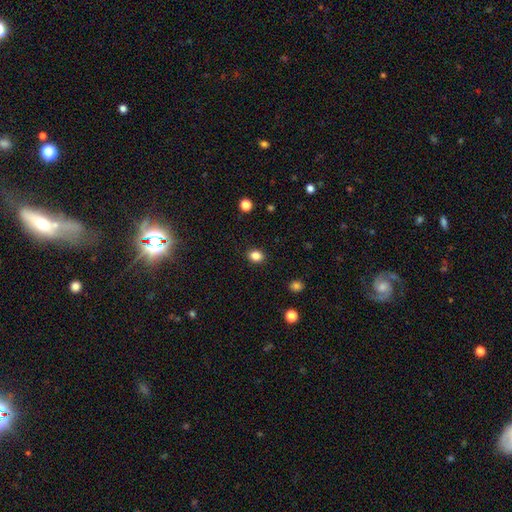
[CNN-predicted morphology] smooth-or-featured: smooth: 84% | star or artifact: 11% | featured or disk: 4%
  how-rounded: round: 55% | in between: 44% | cigar-shaped: 1%
  merging: none: 89% | minor disturbance: 7% | major disturbance: 2% | merger: 1%